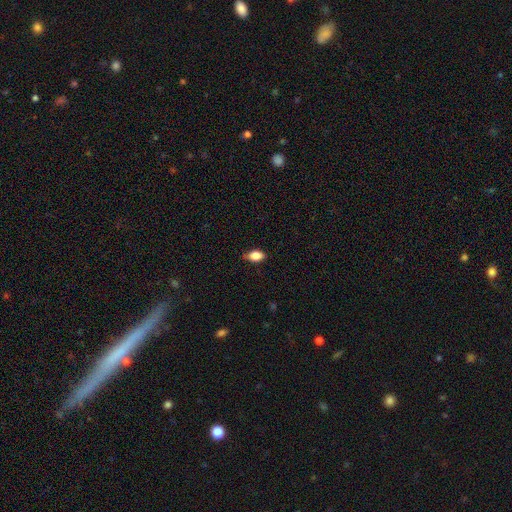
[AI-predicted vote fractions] Overall: smooth (84%). How rounded: in between (85%). Merging: none (77%).